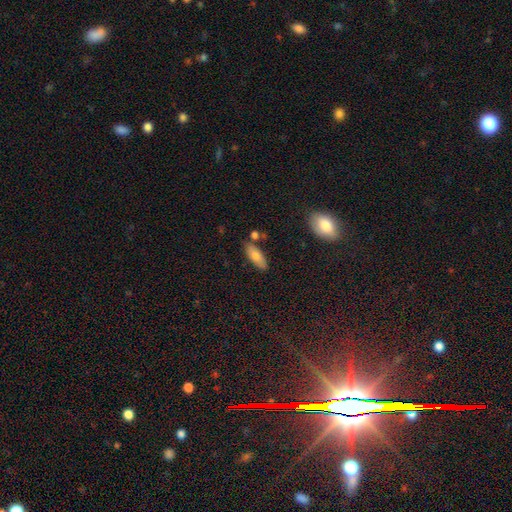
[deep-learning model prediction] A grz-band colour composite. It shows a smooth galaxy with no disk features (81%) that is in between round and cigar-shaped (75%). Merging: none (75%).